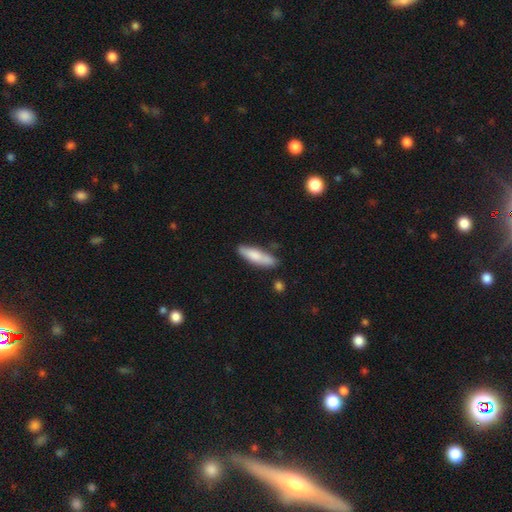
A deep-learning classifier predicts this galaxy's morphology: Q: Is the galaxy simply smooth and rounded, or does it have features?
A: smooth — 77%.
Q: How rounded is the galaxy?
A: cigar-shaped — 64%.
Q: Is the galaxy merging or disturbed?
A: none — 76%.